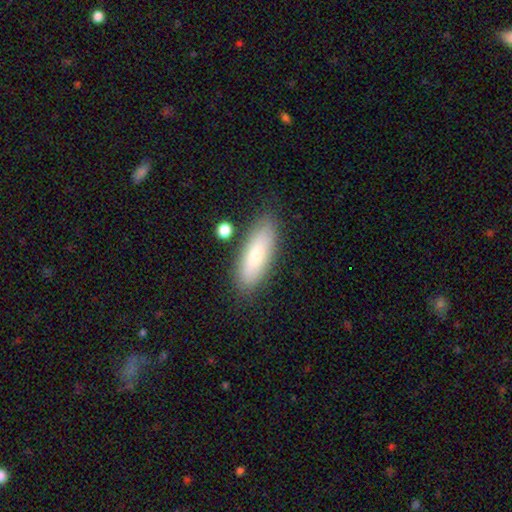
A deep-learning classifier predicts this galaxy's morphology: This is likely a smooth galaxy (71%). How rounded: likely in between (60%). Merging: clearly none (81%).